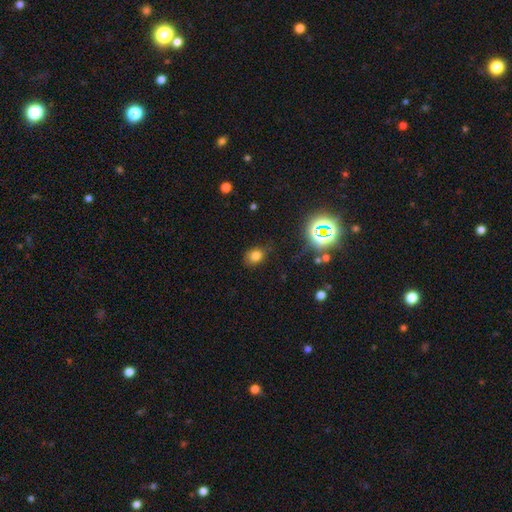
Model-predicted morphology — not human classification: A smooth galaxy with no disk features (74%) that is in between round and cigar-shaped (54%).

Vote fractions:
- Smooth or featured? smooth: 74% / star or artifact: 18% / featured or disk: 7%
- How rounded? in between: 54% / round: 45% / cigar-shaped: 1%
- Merging? none: 75% / minor disturbance: 18% / major disturbance: 5% / merger: 2%